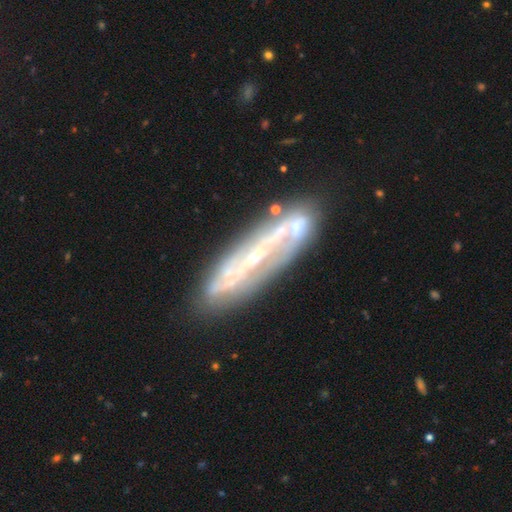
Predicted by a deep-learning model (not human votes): Smooth or featured?
  - featured or disk: 79% *
  - smooth: 14%
  - star or artifact: 7%
Edge-on disk?
  - no: 63% *
  - yes: 37%
Bar?
  - strong: 43% *
  - no: 30%
  - weak: 27%
Spiral arms?
  - yes: 74% *
  - no: 26%
Bulge size?
  - small: 74% *
  - moderate: 18%
  - none: 5%
  - large: 2%
  - dominant: 1%
Merging?
  - none: 76% *
  - minor disturbance: 15%
  - major disturbance: 5%
  - merger: 4%